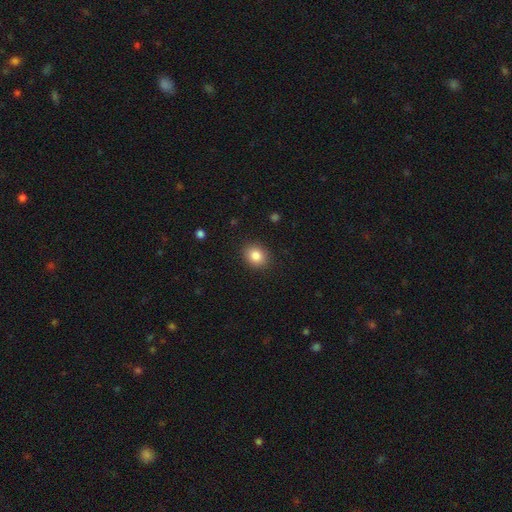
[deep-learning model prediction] Overall: smooth (85%). How rounded: round (59%; in between 40%). Merging: none (89%).